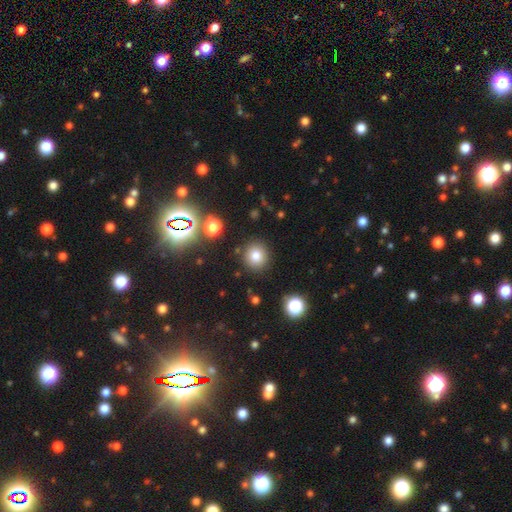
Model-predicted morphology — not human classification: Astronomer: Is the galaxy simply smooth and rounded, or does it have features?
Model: smooth — 76%.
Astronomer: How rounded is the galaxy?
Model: round — 89%.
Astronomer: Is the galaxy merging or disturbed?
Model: none — 87%.